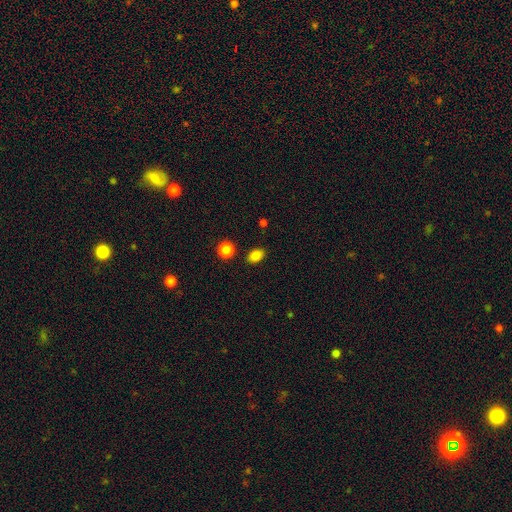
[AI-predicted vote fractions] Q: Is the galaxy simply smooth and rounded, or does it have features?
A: smooth — 84%.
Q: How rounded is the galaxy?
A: in between — 77%.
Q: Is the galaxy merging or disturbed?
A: none — 85%.